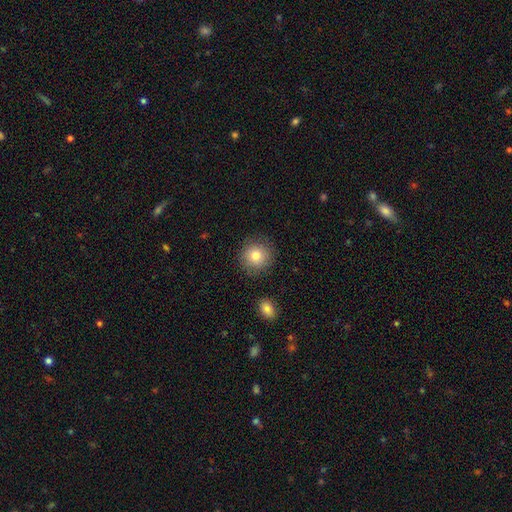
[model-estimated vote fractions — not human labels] This appears to be a smooth galaxy with no disk features (80%) that is round (92%). Merging: none (86%).